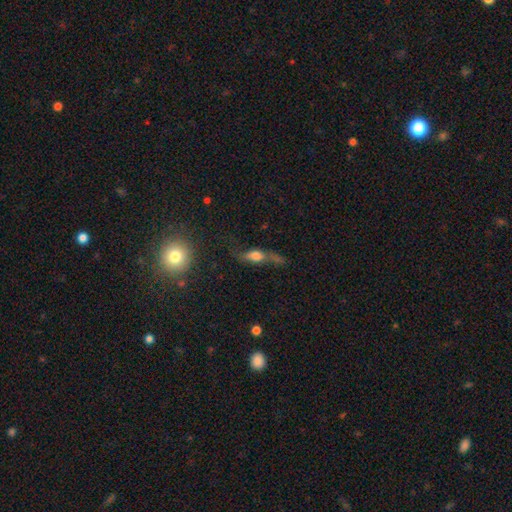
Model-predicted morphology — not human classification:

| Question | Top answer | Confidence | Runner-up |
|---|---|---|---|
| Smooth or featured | featured or disk | 45% | smooth (42%) |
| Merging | none | 43% | major disturbance (26%) |